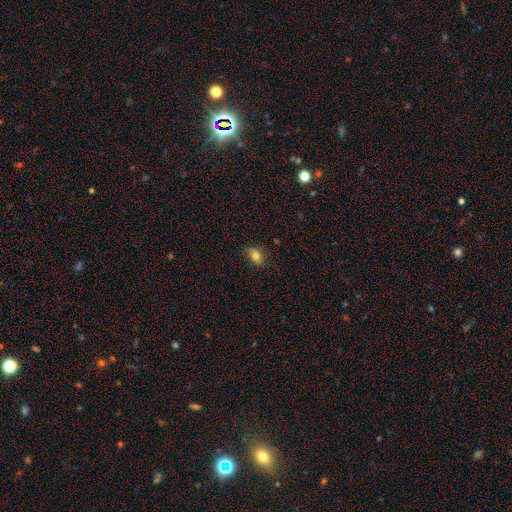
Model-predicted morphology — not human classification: smooth_or_featured: smooth (p=0.78) [alt: featured or disk p=0.12]
how_rounded: in between (p=0.82) [alt: round p=0.14]
merging: none (p=0.81) [alt: minor disturbance p=0.15]